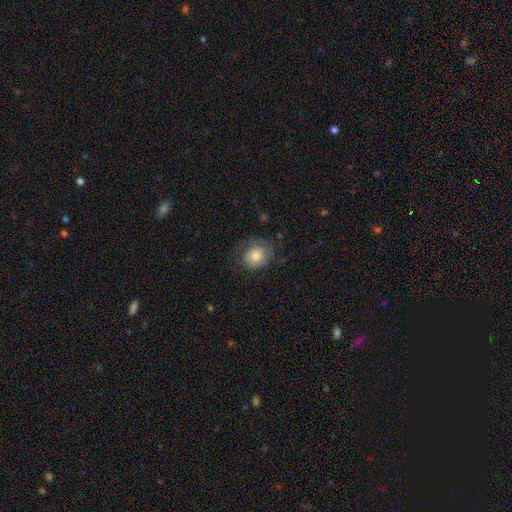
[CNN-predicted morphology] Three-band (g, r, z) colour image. It shows a smooth galaxy with no disk features (69%) that is round (64%). Merging: none (60%).